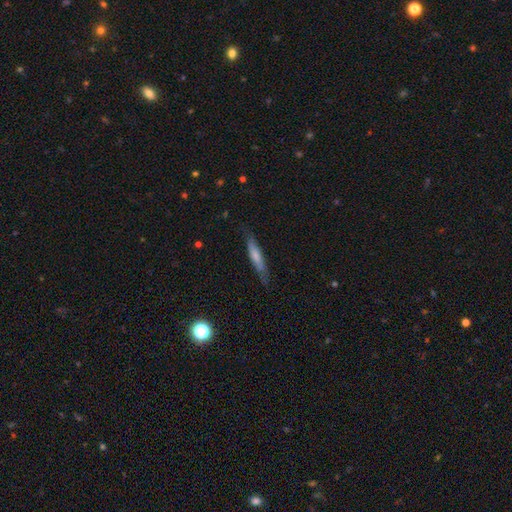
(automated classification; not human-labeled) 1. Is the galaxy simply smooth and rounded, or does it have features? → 62% smooth, 32% featured or disk, 6% star or artifact.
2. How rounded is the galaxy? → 85% cigar-shaped, 14% in between, 2% round.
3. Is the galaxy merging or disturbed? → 74% none, 19% minor disturbance, 5% major disturbance, 1% merger.